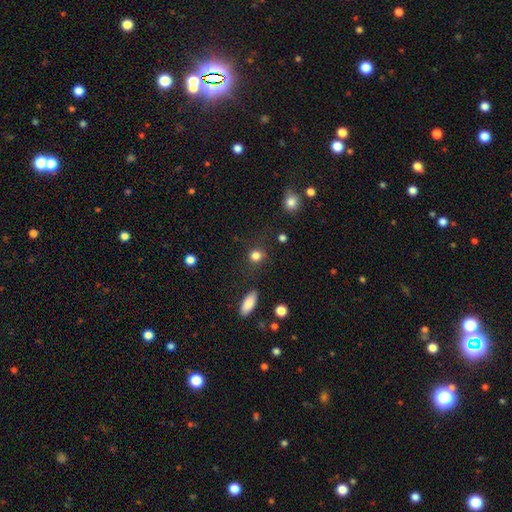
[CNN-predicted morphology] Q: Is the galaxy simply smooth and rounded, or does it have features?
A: smooth — 83%.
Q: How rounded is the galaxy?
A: round — 82%.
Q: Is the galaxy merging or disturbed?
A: none — 80%.